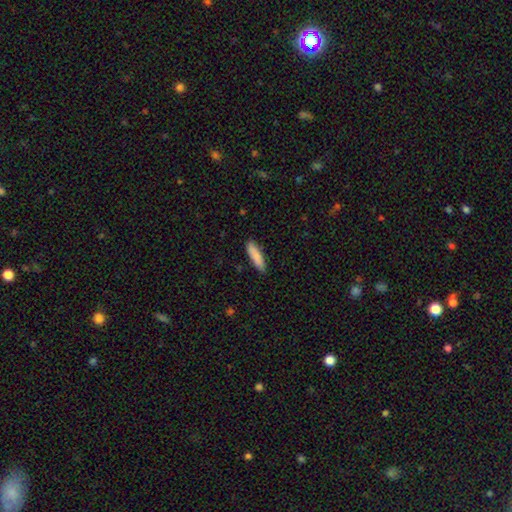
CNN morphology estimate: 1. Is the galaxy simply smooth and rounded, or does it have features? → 87% smooth, 8% featured or disk, 6% star or artifact.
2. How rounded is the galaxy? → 74% cigar-shaped, 25% in between, 1% round.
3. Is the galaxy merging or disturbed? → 86% none, 11% minor disturbance, 2% major disturbance, 1% merger.